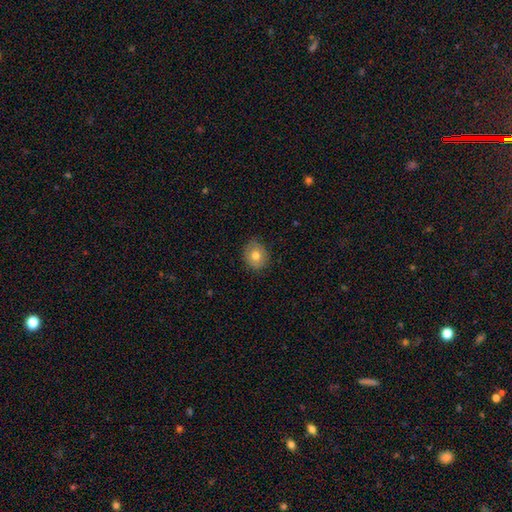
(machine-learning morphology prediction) Overall: smooth (73%). How rounded: round (75%). Merging: none (83%).